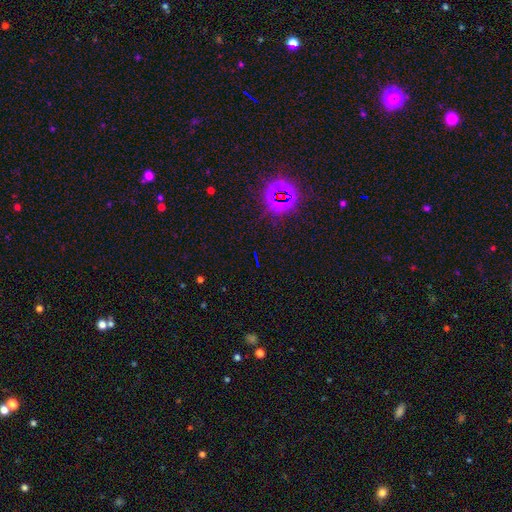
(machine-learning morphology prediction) Smooth or featured: star or artifact — 78% (smooth — 14%)